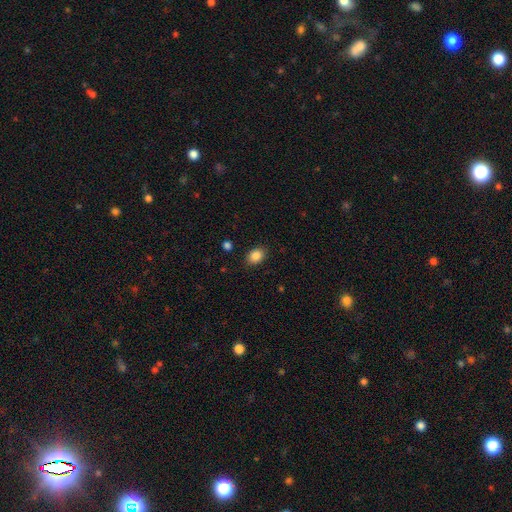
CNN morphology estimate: A smooth galaxy with no disk features (87%) that is in between round and cigar-shaped (72%). Merging: none (86%).